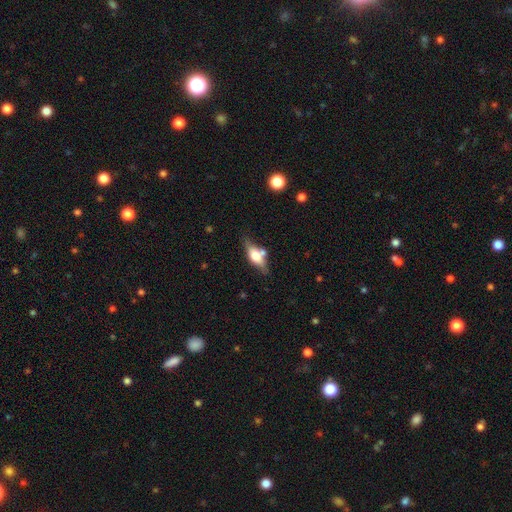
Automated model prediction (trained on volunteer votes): Smooth or featured?
  - smooth: 46% * (tied)
  - featured or disk: 46% * (tied)
  - star or artifact: 8%
Merging?
  - none: 64% *
  - minor disturbance: 17%
  - merger: 13%
  - major disturbance: 5%